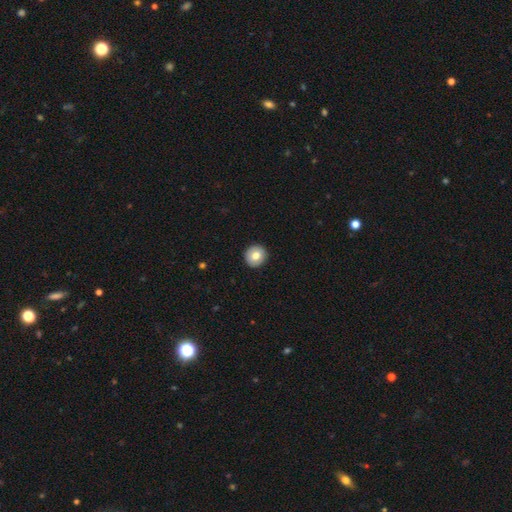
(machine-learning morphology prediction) smooth 77%, featured or disk 15%, star or artifact 8%. Down the decision tree: how rounded — round (93%); merging — none (93%).